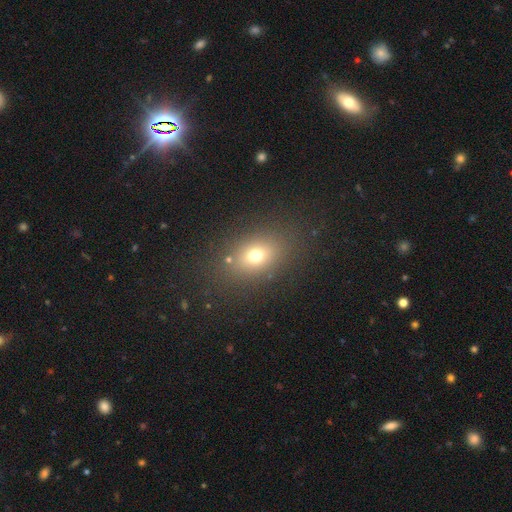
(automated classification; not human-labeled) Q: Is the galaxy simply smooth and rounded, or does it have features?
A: smooth — 69%.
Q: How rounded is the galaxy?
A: in between — 62%.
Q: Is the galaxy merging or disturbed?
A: none — 83%.